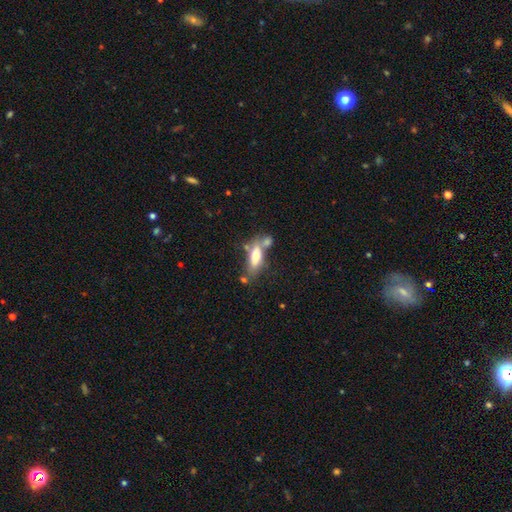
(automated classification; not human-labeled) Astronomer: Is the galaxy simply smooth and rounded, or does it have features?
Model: smooth — 66%.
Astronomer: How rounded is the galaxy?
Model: in between — 64%.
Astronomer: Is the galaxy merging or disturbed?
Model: none — 44% (runner-up: merger, 30%).